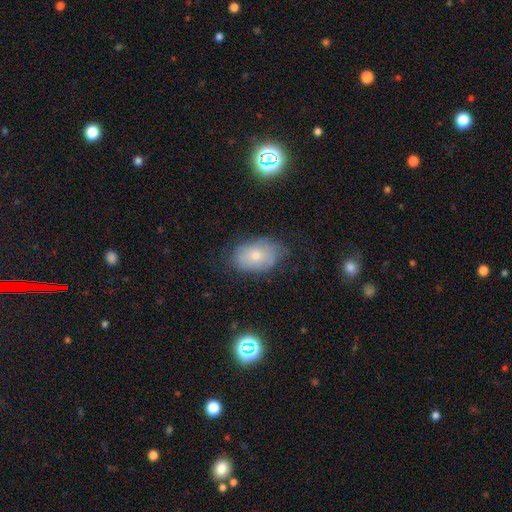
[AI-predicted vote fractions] Q: Smooth or featured?
A: smooth (66%); runner-up: featured or disk (24%)
Q: How rounded?
A: in between (87%); runner-up: round (12%)
Q: Merging?
A: none (67%); runner-up: minor disturbance (24%)